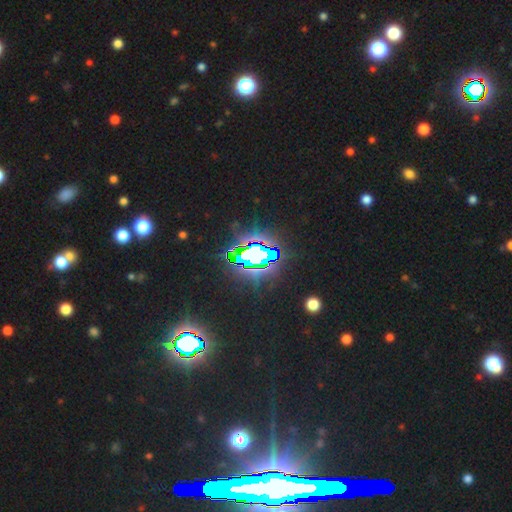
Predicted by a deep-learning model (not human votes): Overall: star or artifact (77%).